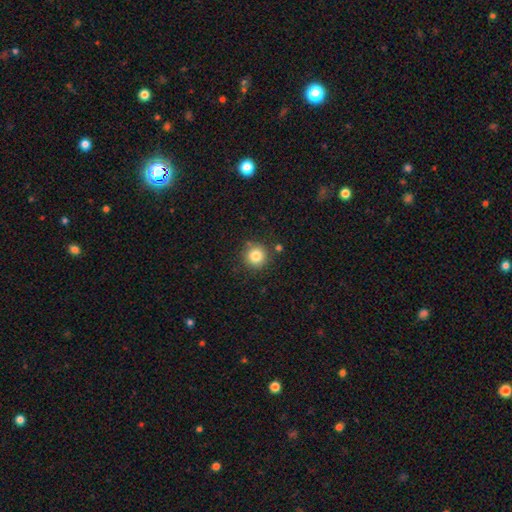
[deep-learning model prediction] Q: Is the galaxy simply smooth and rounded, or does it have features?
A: smooth — 83%.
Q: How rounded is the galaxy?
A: round — 94%.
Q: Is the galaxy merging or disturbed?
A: none — 85%.